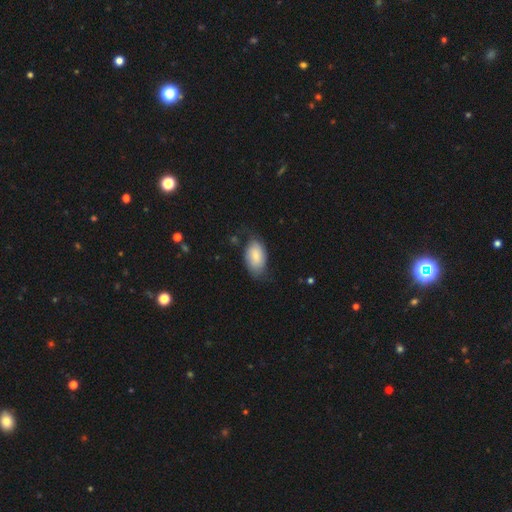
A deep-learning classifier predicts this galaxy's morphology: Smooth or featured?
  - smooth: 69% *
  - featured or disk: 24%
  - star or artifact: 6%
How rounded?
  - in between: 92% *
  - round: 7%
  - cigar-shaped: 1%
Merging?
  - none: 57% *
  - minor disturbance: 30%
  - major disturbance: 12%
  - merger: 2%